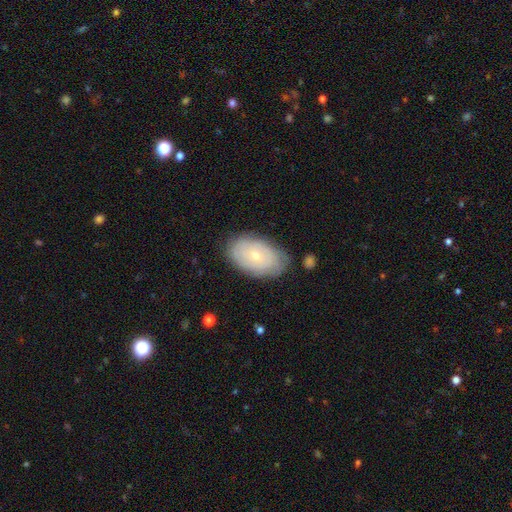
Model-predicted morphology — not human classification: This is possibly a featured or disk galaxy (50%). It is clearly not viewed edge-on (93%). Merging: likely none (76%).